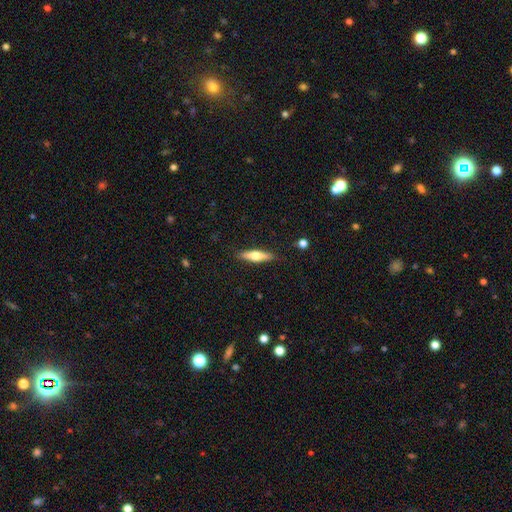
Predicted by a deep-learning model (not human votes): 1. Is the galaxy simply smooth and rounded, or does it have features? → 52% smooth, 42% featured or disk, 6% star or artifact.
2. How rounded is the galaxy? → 73% cigar-shaped, 25% in between, 2% round.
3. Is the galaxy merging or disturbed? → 88% none, 9% minor disturbance, 2% major disturbance, 1% merger.